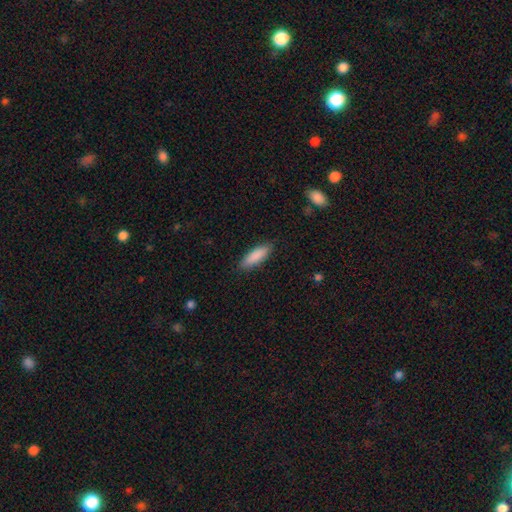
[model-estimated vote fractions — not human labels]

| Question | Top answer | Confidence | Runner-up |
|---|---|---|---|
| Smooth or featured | smooth | 89% | star or artifact (6%) |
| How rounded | in between | 52% | cigar-shaped (47%) |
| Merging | none | 87% | minor disturbance (10%) |